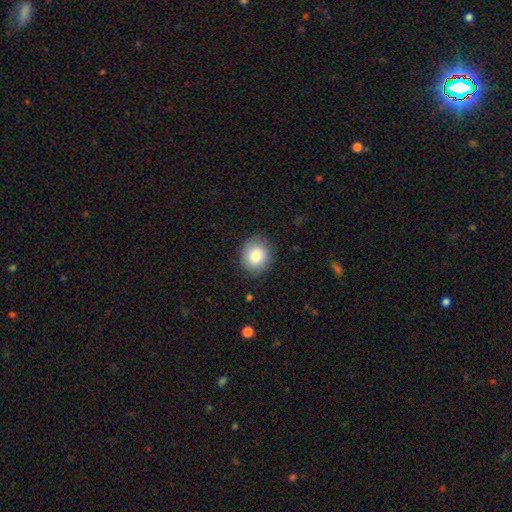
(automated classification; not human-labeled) The model was most divided on "how rounded": round: 71%, in between: 28%, cigar-shaped: 1%. More confident: merging — none (86%); smooth or featured — smooth (84%).